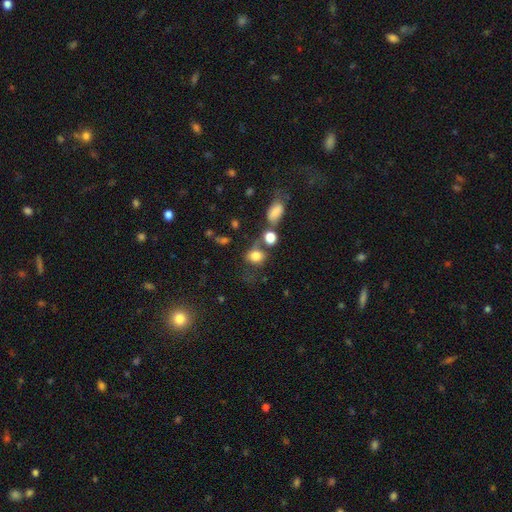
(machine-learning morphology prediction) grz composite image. It shows a smooth galaxy with no disk features (77%) that is round (53%). Merging: none (45%).